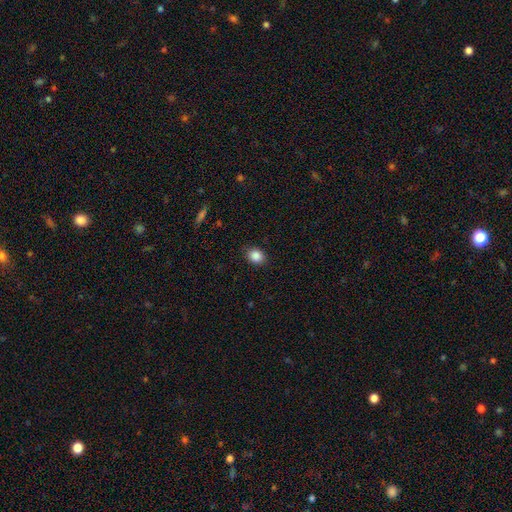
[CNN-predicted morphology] The model was most divided on "how rounded": in between: 52%, round: 47%, cigar-shaped: 1%. More confident: smooth or featured — smooth (87%); merging — none (86%).